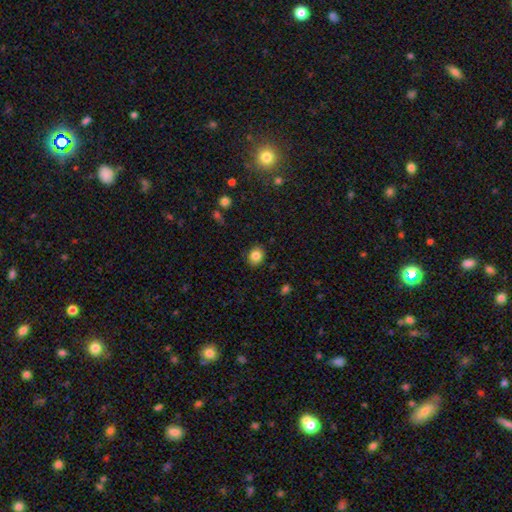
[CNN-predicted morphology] A smooth galaxy with no disk features (84%) that is round (68%).

Vote fractions:
- Smooth or featured? smooth: 84% / star or artifact: 10% / featured or disk: 7%
- How rounded? round: 68% / in between: 31% / cigar-shaped: 1%
- Merging? none: 88% / minor disturbance: 9% / major disturbance: 2% / merger: 1%